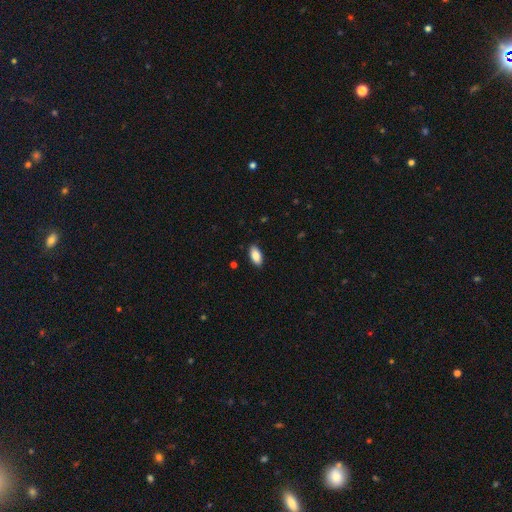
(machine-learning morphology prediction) Smooth or featured? Predicted: smooth (p=0.87). How rounded? Predicted: in between (p=0.92). Merging? Predicted: none (p=0.89).